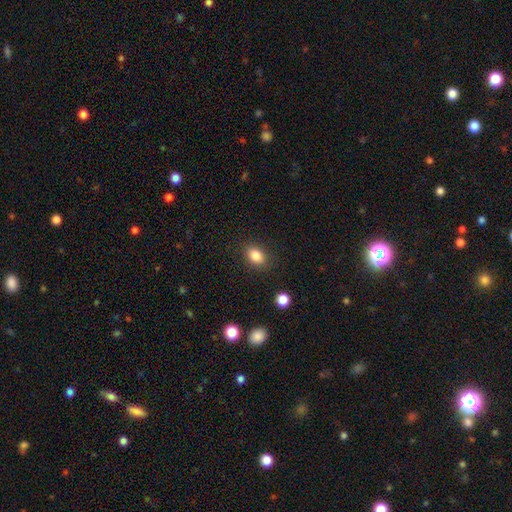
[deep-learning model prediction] Morphology: type=smooth (84%); roundness=in between (76%); merging=none (86%).